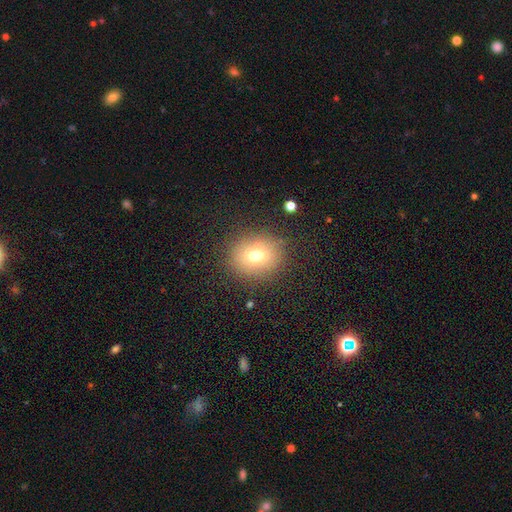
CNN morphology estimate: The model was most divided on "how rounded": round: 72%, in between: 27%, cigar-shaped: 1%. More confident: merging — none (84%); smooth or featured — smooth (70%).